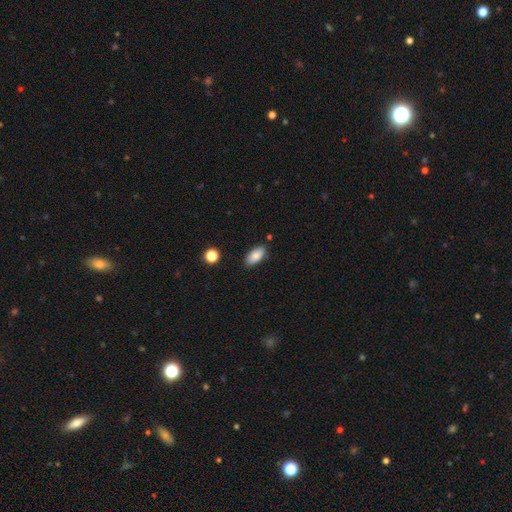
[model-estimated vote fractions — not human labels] Smooth or featured? Predicted: smooth (p=0.87). How rounded? Predicted: in between (p=0.91). Merging? Predicted: none (p=0.84).